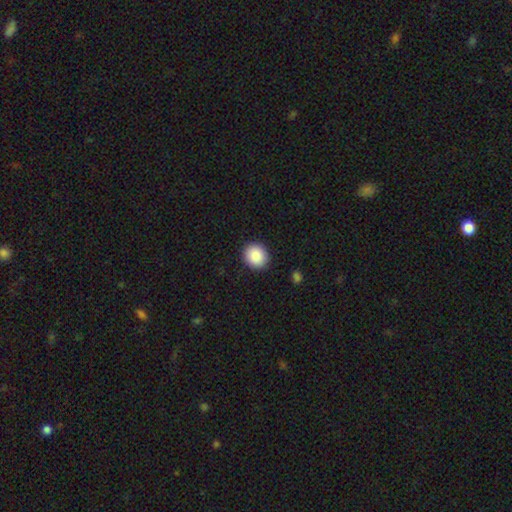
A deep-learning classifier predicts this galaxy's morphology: Smooth or featured: smooth — 87% (star or artifact — 8%)
How rounded: round — 82% (in between — 17%)
Merging: none — 91% (minor disturbance — 6%)